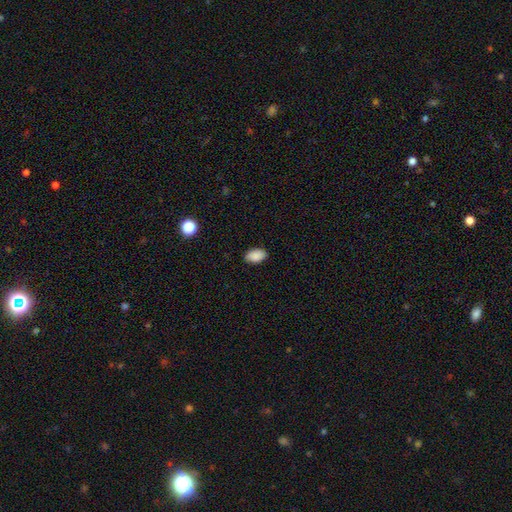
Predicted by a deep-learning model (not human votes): Morphology: type=smooth (89%); roundness=in between (92%); merging=none (87%).